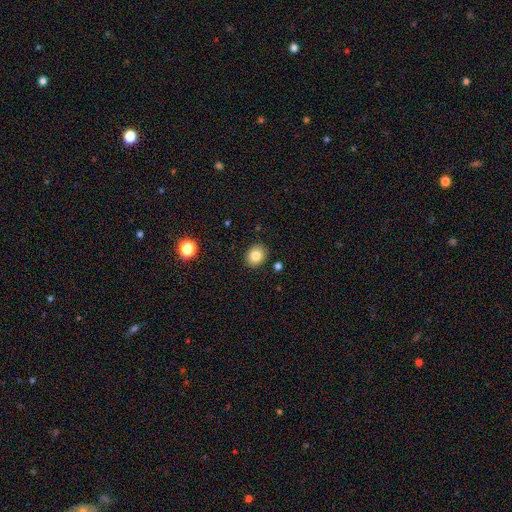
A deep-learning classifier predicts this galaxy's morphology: smooth-or-featured: smooth: 81% | star or artifact: 10% | featured or disk: 9%
  how-rounded: round: 62% | in between: 37% | cigar-shaped: 1%
  merging: none: 88% | minor disturbance: 8% | major disturbance: 2% | merger: 2%